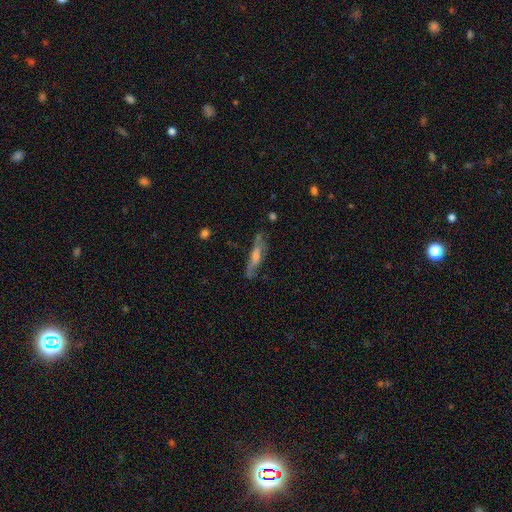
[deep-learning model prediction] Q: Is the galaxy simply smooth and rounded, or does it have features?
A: featured or disk — 57%.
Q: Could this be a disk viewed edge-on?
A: yes — 63%.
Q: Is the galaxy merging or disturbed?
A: none — 68%.